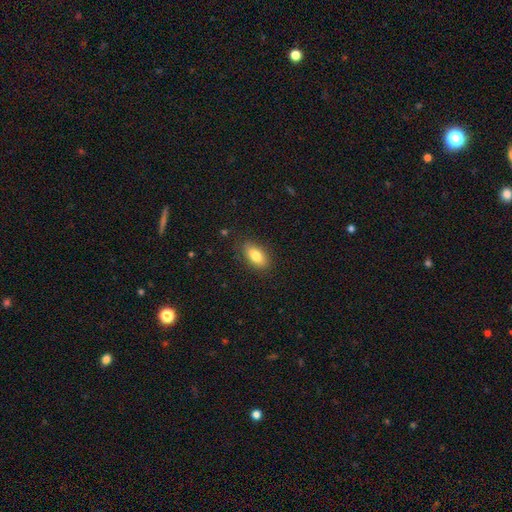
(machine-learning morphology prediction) This appears to be a smooth galaxy with no disk features (81%) that is in between round and cigar-shaped (86%). Merging: none (83%).